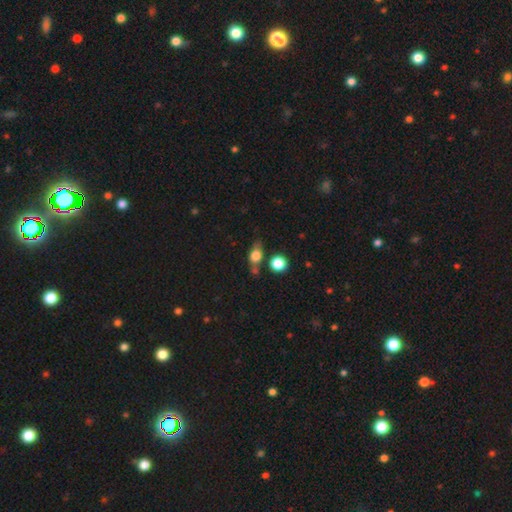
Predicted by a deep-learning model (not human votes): Q: Smooth or featured?
A: smooth (72%); runner-up: featured or disk (16%)
Q: How rounded?
A: in between (55%); runner-up: round (36%)
Q: Merging?
A: none (58%); runner-up: minor disturbance (20%)